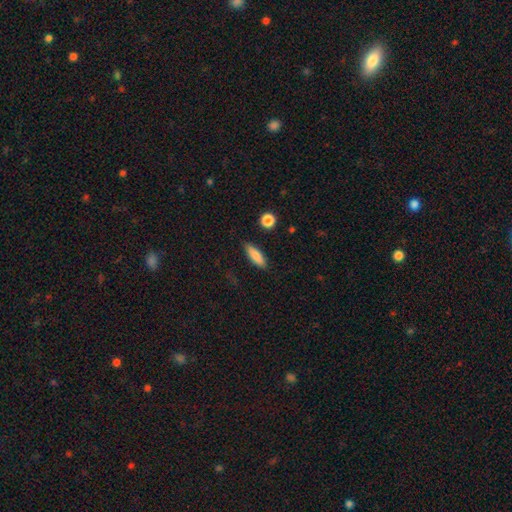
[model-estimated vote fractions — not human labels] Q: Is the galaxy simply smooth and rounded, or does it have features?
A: smooth — 82%.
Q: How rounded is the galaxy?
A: cigar-shaped — 50%.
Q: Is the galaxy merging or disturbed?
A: none — 85%.